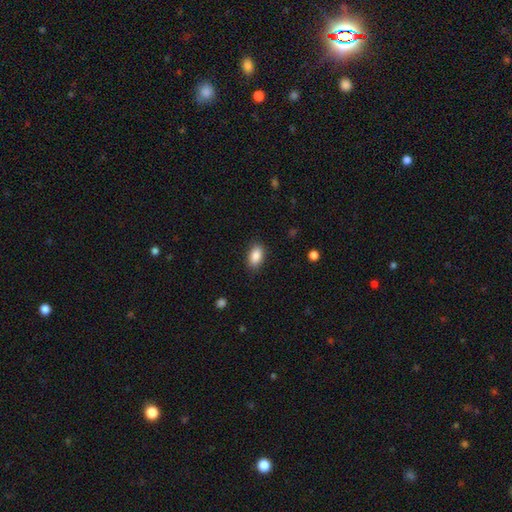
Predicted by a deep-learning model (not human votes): Morphology: type=smooth (89%); roundness=in between (92%); merging=none (86%).